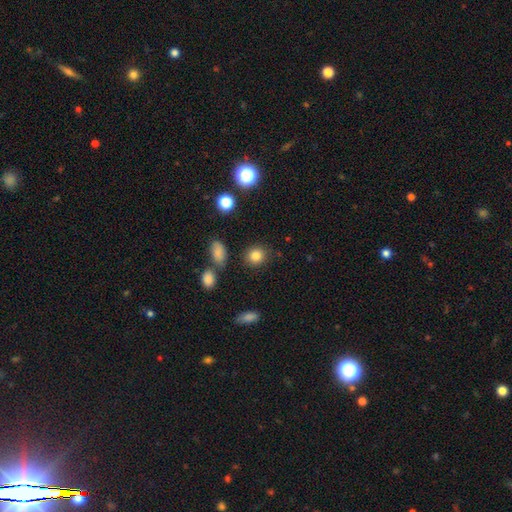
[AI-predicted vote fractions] A smooth galaxy with no disk features (83%) that is round (82%).

Vote fractions:
- Smooth or featured? smooth: 83% / star or artifact: 11% / featured or disk: 6%
- How rounded? round: 82% / in between: 17% / cigar-shaped: 1%
- Merging? none: 86% / minor disturbance: 8% / merger: 3% / major disturbance: 3%